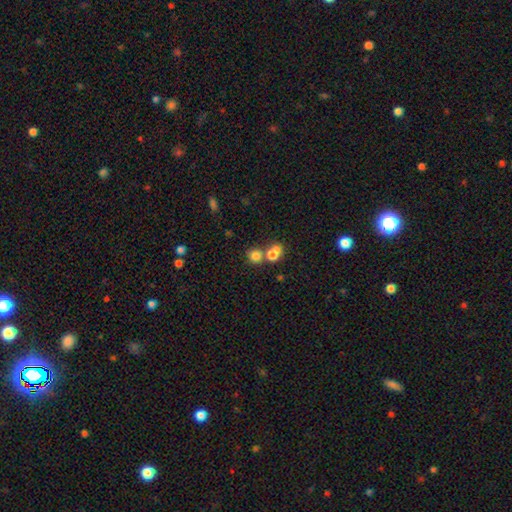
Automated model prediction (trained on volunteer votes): A smooth galaxy with no disk features (80%) that is round (74%). Merging: merger (46%).